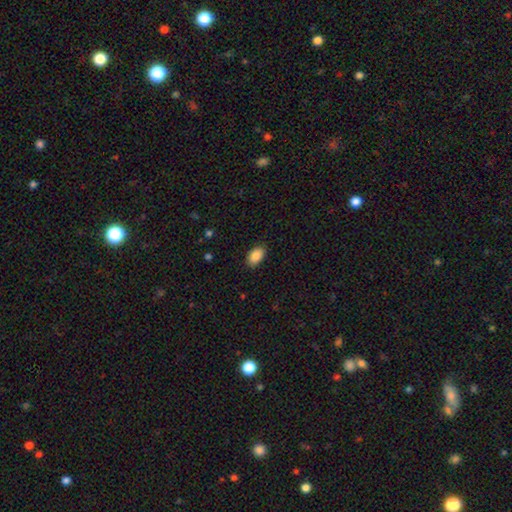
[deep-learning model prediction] The model was most divided on "merging": none: 88%, minor disturbance: 9%, major disturbance: 2%, merger: 1%. More confident: how rounded — in between (94%); smooth or featured — smooth (89%).